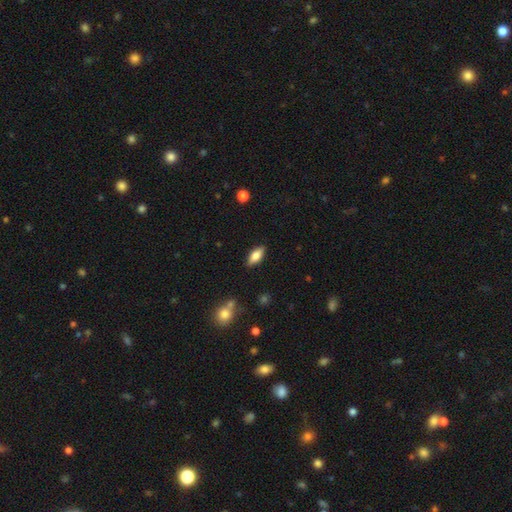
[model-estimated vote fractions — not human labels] Morphology: type=smooth (75%); roundness=in between (81%); merging=none (86%).